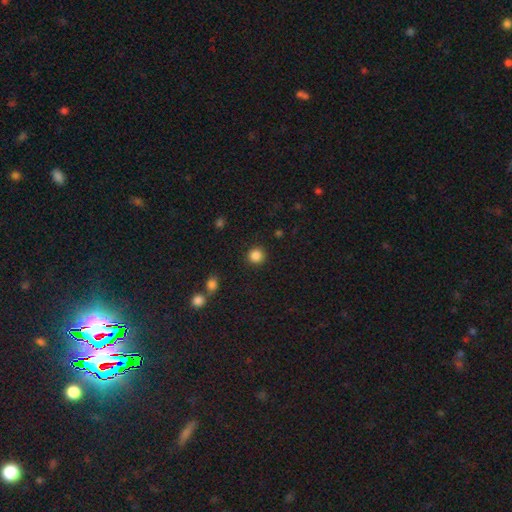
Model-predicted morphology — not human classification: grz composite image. It shows a smooth galaxy with no disk features (86%) that is round (93%). Merging: none (91%).